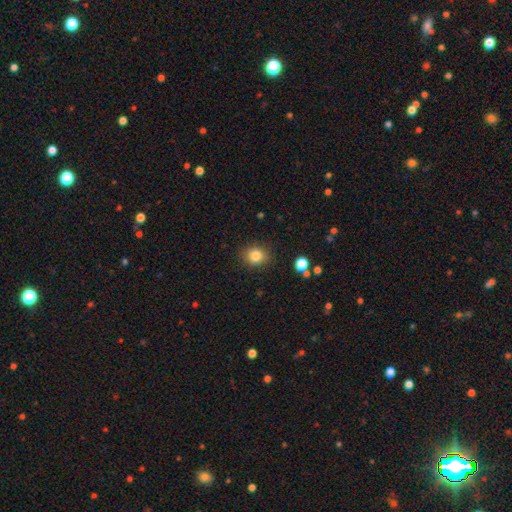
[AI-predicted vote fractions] Smooth or featured?
  - smooth: 83% *
  - star or artifact: 11%
  - featured or disk: 6%
How rounded?
  - round: 70% *
  - in between: 29%
  - cigar-shaped: 1%
Merging?
  - none: 87% *
  - minor disturbance: 9%
  - major disturbance: 3%
  - merger: 1%